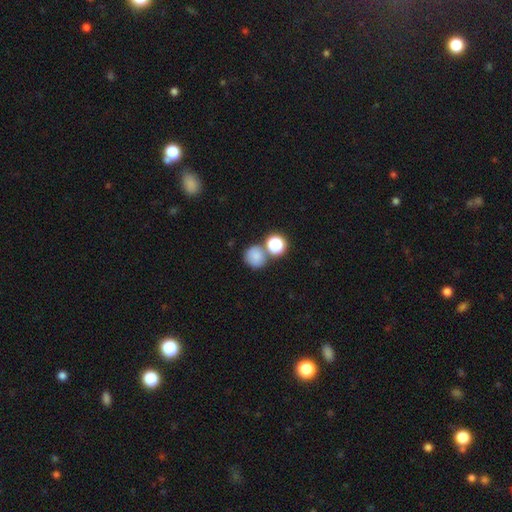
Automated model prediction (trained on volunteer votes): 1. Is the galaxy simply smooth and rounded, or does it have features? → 79% smooth, 14% star or artifact, 7% featured or disk.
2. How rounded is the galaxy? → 87% round, 12% in between, 1% cigar-shaped.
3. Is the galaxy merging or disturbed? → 60% none, 25% merger, 10% minor disturbance, 4% major disturbance.